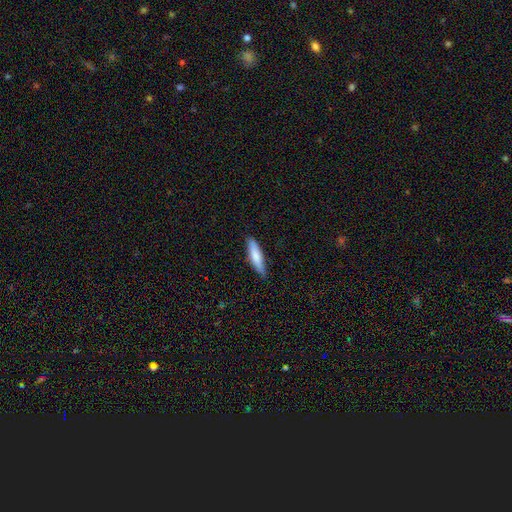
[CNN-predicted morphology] This is likely a smooth galaxy (77%). How rounded: likely cigar-shaped (76%). Merging: clearly none (83%).